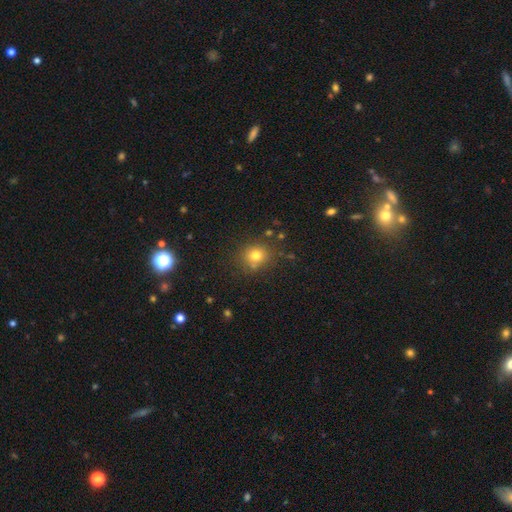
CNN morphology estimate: smooth_or_featured: smooth (p=0.75) [alt: star or artifact p=0.16]
how_rounded: round (p=0.81) [alt: in between p=0.18]
merging: none (p=0.76) [alt: minor disturbance p=0.12]